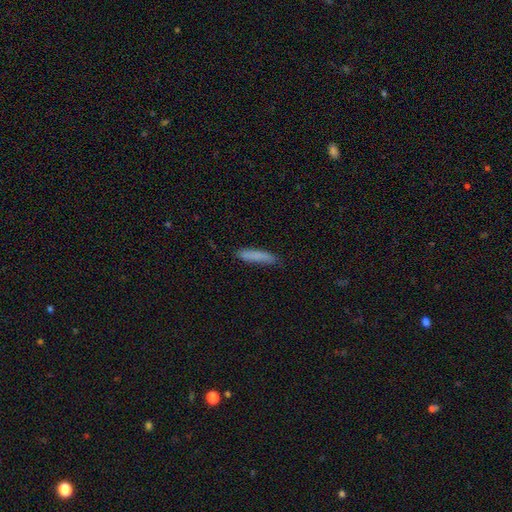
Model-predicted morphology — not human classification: Smooth or featured? smooth (81%)
How rounded? cigar-shaped (89%)
Merging? none (83%)